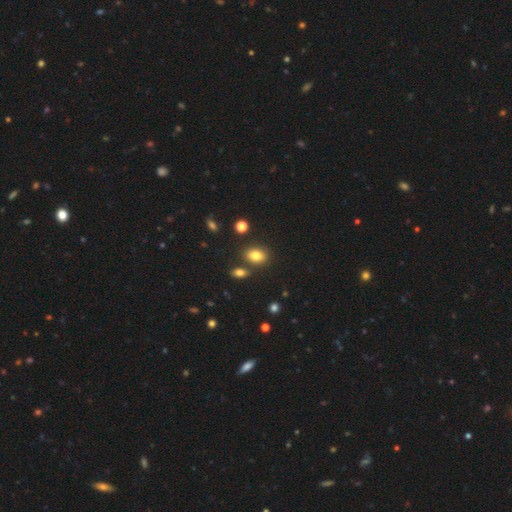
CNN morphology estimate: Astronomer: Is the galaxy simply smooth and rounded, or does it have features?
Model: smooth — 81%.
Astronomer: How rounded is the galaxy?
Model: in between — 69%.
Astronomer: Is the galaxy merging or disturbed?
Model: none — 76%.